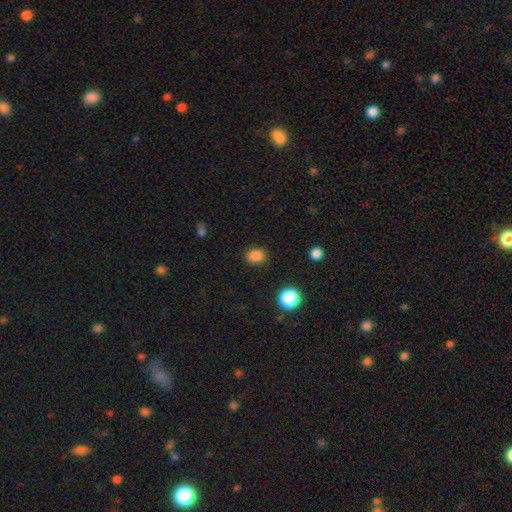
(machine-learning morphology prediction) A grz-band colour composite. It shows a smooth galaxy with no disk features (85%) that is round (50%). Merging: none (86%).